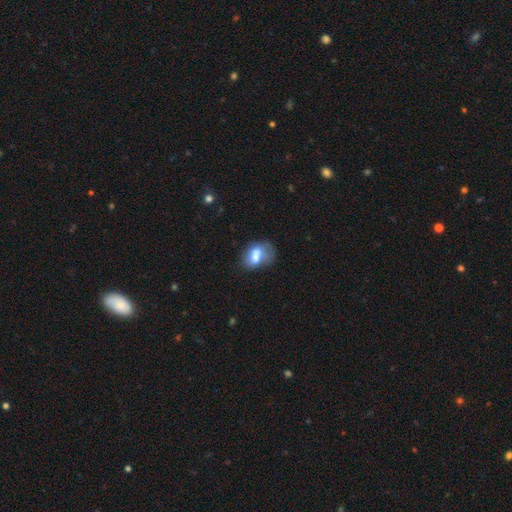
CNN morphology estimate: This is likely a smooth galaxy (62%). How rounded: likely in between (77%). Merging: marginally none (37%).